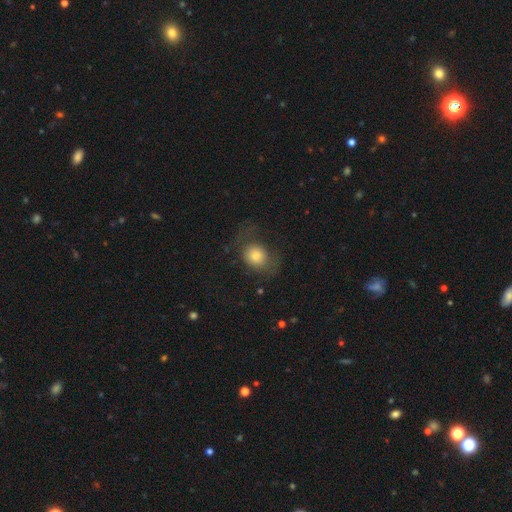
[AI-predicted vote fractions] Morphology: type=smooth (72%); roundness=round (60%); merging=none (51%).